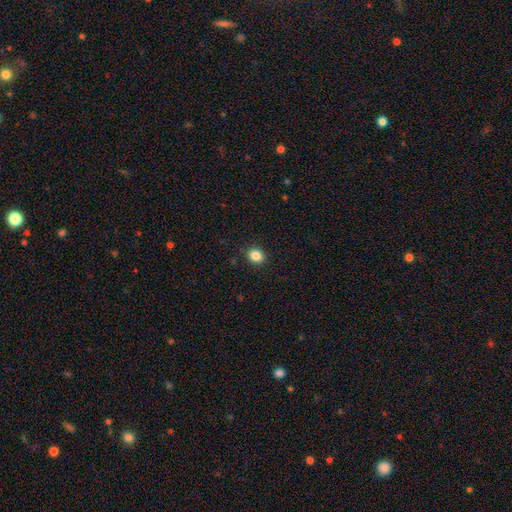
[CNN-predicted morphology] Overall: smooth (85%). How rounded: round (63%; in between 36%). Merging: none (90%).